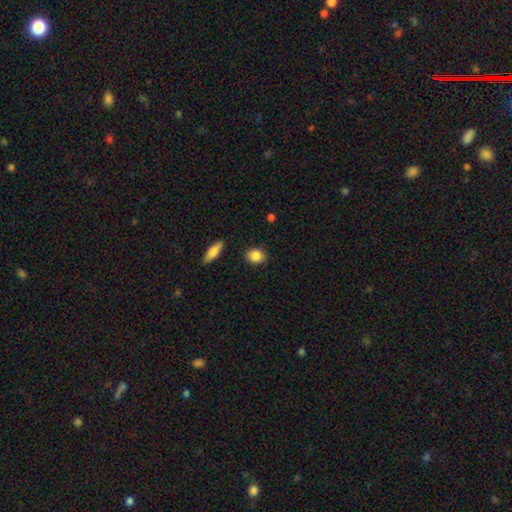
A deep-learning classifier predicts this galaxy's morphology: A smooth galaxy with no disk features (87%) that is round (54%). Merging: none (87%).